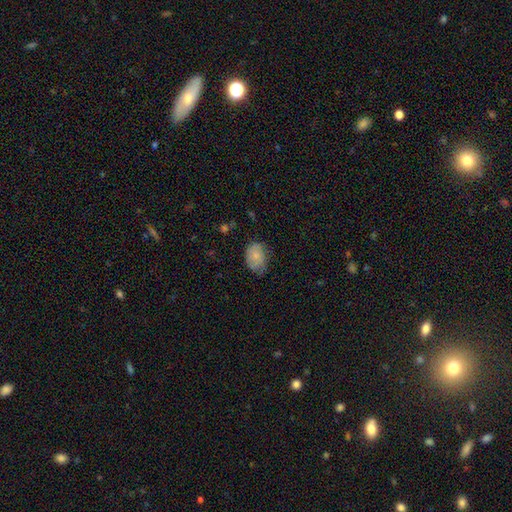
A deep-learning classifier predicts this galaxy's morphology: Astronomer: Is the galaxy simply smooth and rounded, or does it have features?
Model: smooth — 77%.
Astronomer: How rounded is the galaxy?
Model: in between — 78%.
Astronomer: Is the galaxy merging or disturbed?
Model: none — 57% (runner-up: minor disturbance, 33%).